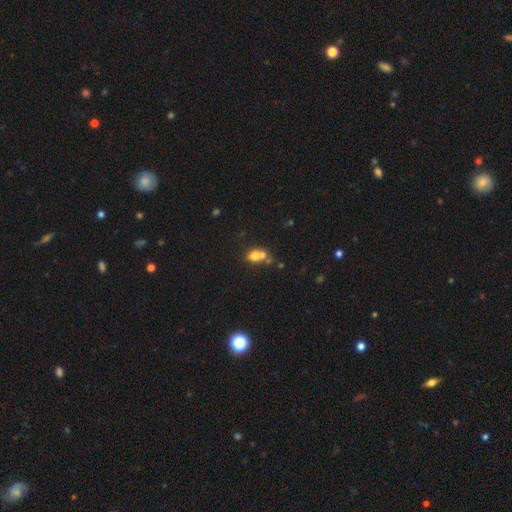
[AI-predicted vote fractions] Smooth or featured? smooth (69%)
How rounded? round (51%)
Merging? merger (56%)